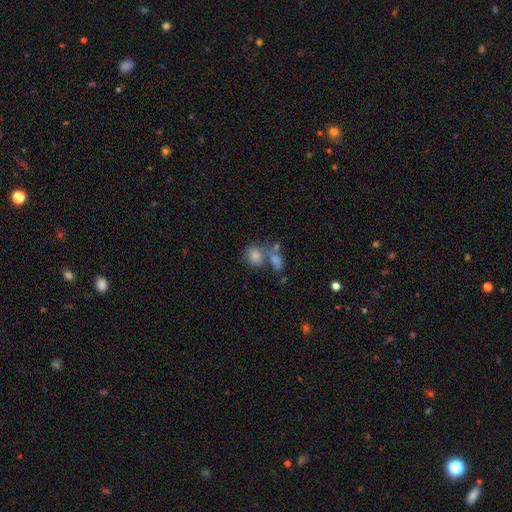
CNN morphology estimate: This appears to be a smooth galaxy with no disk features (76%) that is round (58%). Merging: none (42%).